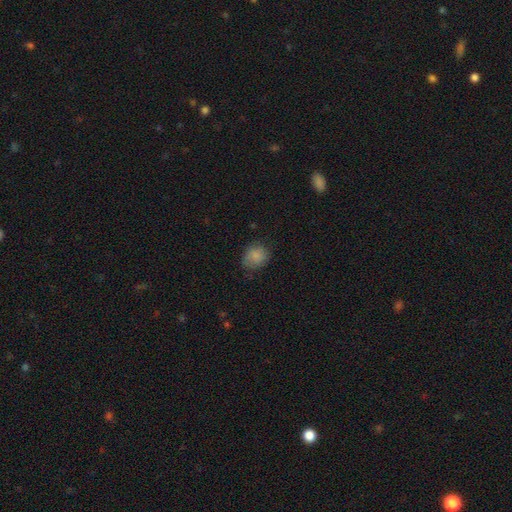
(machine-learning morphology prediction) smooth_or_featured: smooth (p=0.83) [alt: star or artifact p=0.09]
how_rounded: round (p=0.63) [alt: in between p=0.36]
merging: none (p=0.71) [alt: minor disturbance p=0.22]